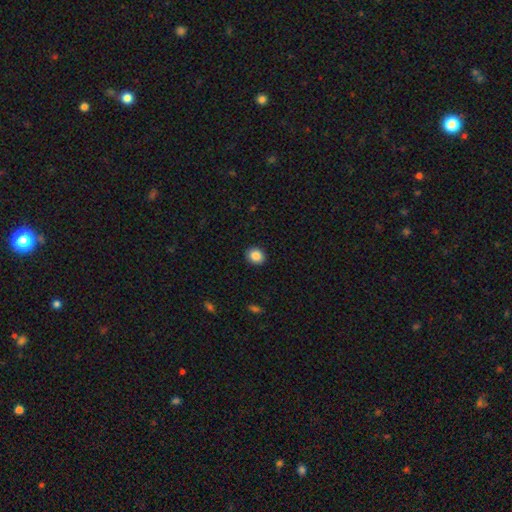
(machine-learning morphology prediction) type=smooth (86%); roundness=round (67%); merging=none (91%).